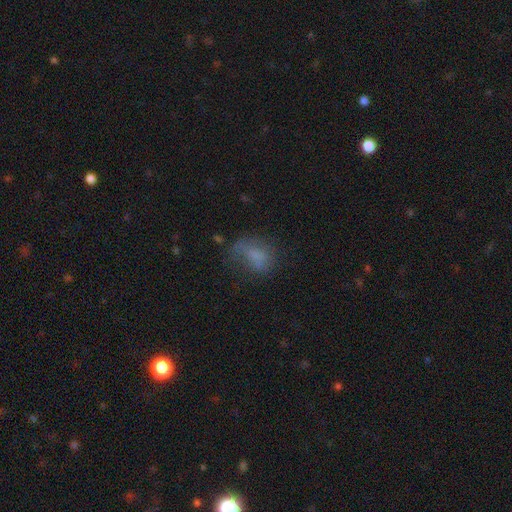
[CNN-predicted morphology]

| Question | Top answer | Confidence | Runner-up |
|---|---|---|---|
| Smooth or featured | smooth | 60% | featured or disk (24%) |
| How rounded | in between | 73% | round (24%) |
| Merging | none | 41% | major disturbance (29%) |